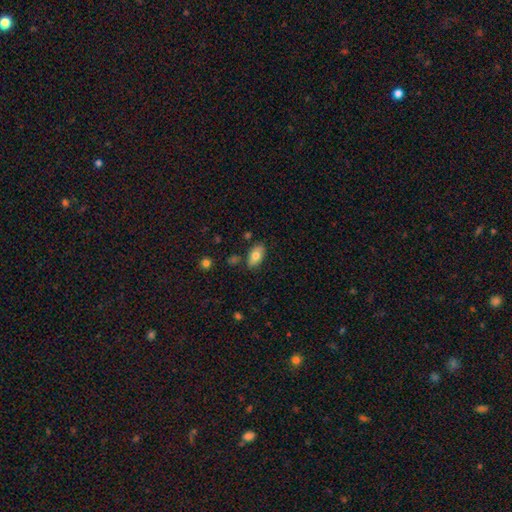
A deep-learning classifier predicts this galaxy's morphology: Smooth or featured: smooth — 77% (featured or disk — 16%)
How rounded: in between — 92% (round — 4%)
Merging: none — 81% (minor disturbance — 13%)